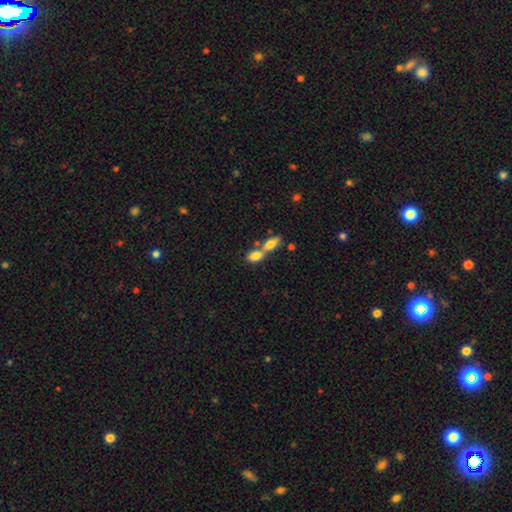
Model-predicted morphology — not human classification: Overall: smooth (76%). How rounded: in between (79%). Merging: merger (64%; none 26%).